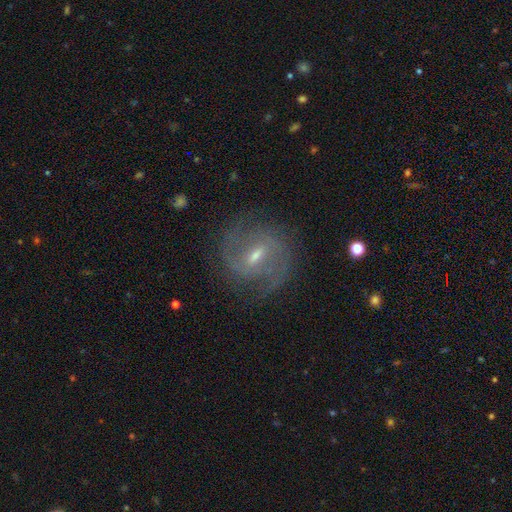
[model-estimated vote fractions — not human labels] Smooth or featured?
  - featured or disk: 86% *
  - smooth: 8%
  - star or artifact: 6%
Edge-on disk?
  - no: 97% *
  - yes: 3%
Bar?
  - weak: 59% *
  - strong: 27%
  - no: 14%
Spiral arms?
  - yes: 96% *
  - no: 4%
Spiral winding?
  - medium: 52% *
  - tight: 34%
  - loose: 14%
Spiral arm count?
  - 2: 73% *
  - can't tell: 10%
  - 3: 9%
  - 1: 3%
  - 4: 2%
  - more than 4: 2%
Bulge size?
  - small: 49% *
  - moderate: 45%
  - none: 3%
  - large: 2%
  - dominant: 1%
Merging?
  - none: 77% *
  - minor disturbance: 15%
  - major disturbance: 7%
  - merger: 1%